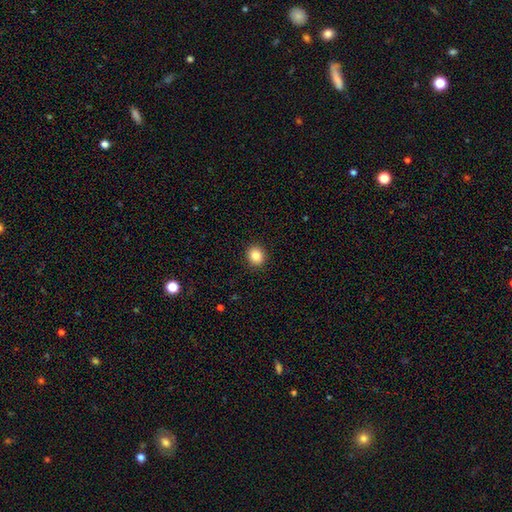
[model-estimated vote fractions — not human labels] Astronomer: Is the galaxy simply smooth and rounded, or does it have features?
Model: smooth — 86%.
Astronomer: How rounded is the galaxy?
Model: round — 77%.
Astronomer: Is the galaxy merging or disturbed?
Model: none — 91%.